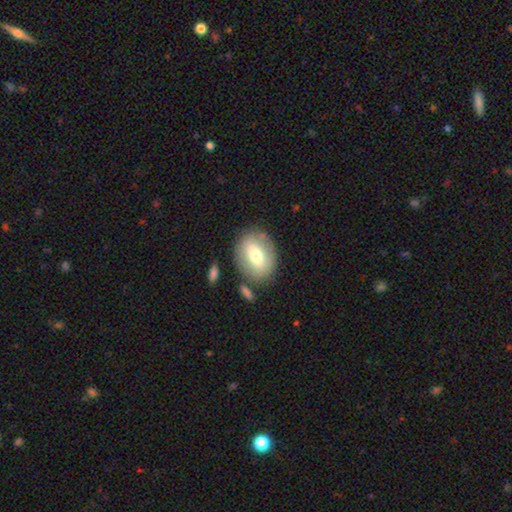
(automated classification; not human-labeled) smooth 56%, featured or disk 37%, star or artifact 7%. Down the decision tree: how rounded — in between (63%); merging — none (76%).